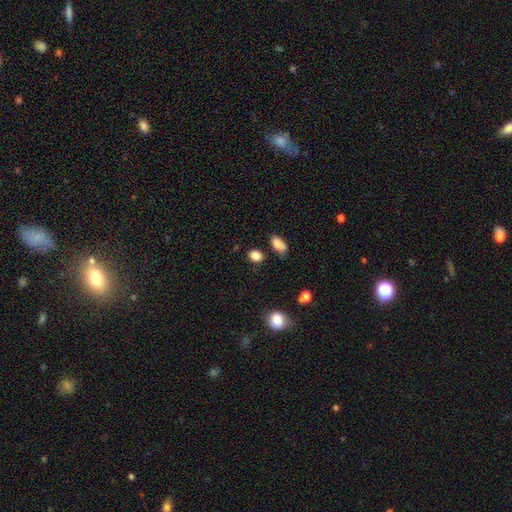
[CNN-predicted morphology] Smooth or featured? smooth (84%)
How rounded? in between (51%)
Merging? none (75%)